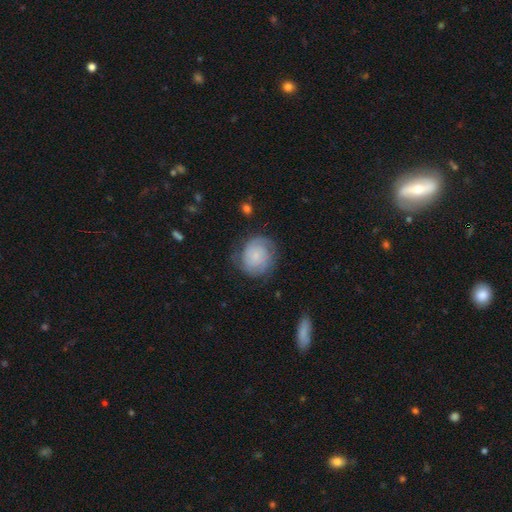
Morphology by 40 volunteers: This appears to be a featured or disk galaxy (70%) with no bar (77%), 3 (40%) tight (52%) spiral arms (96%) and a small central bulge (69%). Merging: none (62%).